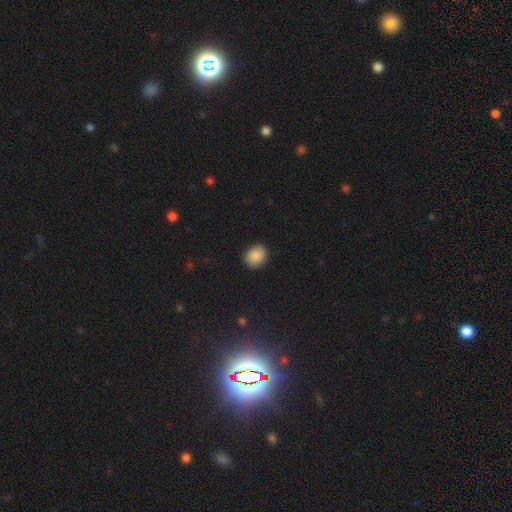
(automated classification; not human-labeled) This appears to be a smooth galaxy with no disk features (88%) that is round (59%). Merging: none (88%).